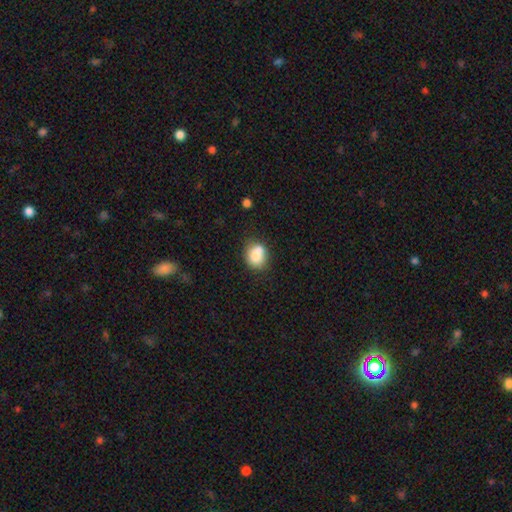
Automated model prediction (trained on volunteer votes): smooth 81%, featured or disk 10%, star or artifact 9%. Down the decision tree: how rounded — round (59%); merging — none (57%).